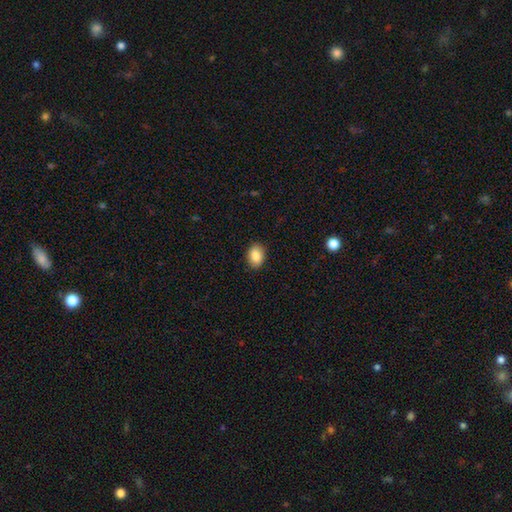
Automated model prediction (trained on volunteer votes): The model was most divided on "how rounded": in between: 80%, round: 19%, cigar-shaped: 1%. More confident: merging — none (89%); smooth or featured — smooth (88%).